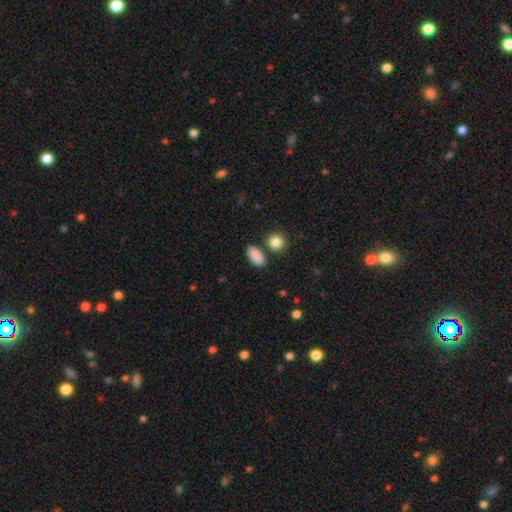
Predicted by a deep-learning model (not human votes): This appears to be a smooth galaxy with no disk features (89%) that is in between round and cigar-shaped (87%). Merging: none (79%).